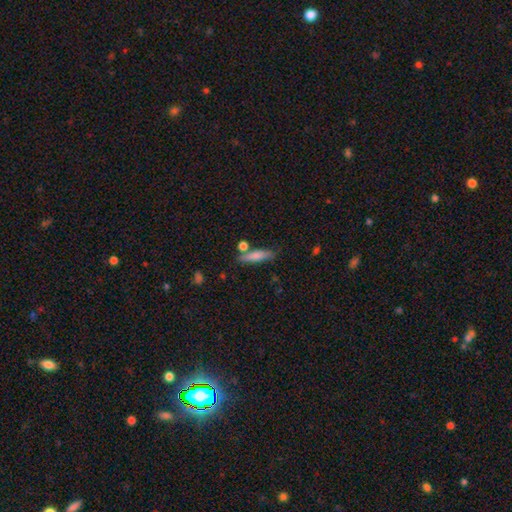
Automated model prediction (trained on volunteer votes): Smooth or featured? smooth (74%)
How rounded? cigar-shaped (75%)
Merging? none (72%)